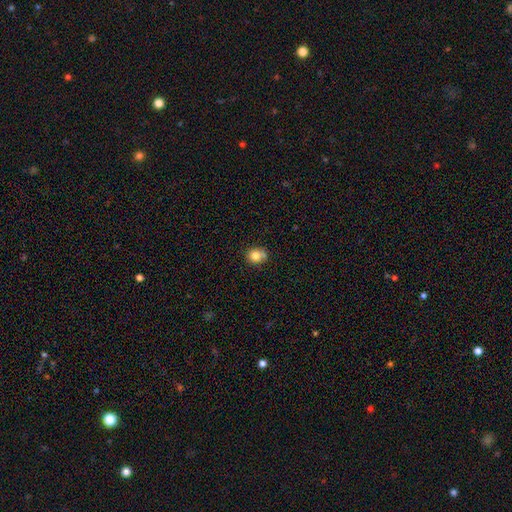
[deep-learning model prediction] Smooth or featured: smooth — 80% (star or artifact — 11%)
How rounded: round — 78% (in between — 21%)
Merging: none — 65% (minor disturbance — 20%)